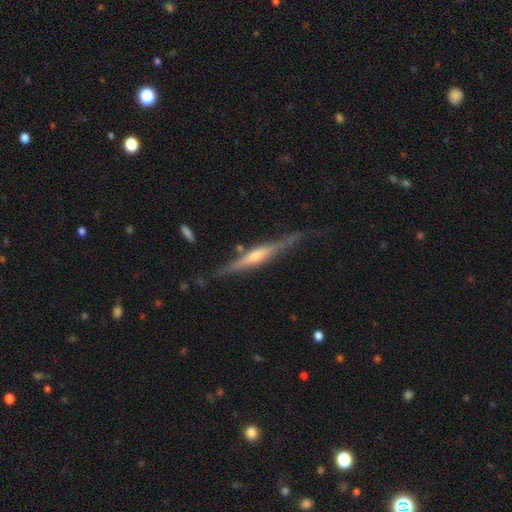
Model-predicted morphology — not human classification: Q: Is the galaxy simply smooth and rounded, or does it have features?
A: featured or disk — 76%.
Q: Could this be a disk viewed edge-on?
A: yes — 97%.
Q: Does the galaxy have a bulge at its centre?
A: rounded — 75%.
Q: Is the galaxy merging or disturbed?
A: none — 76%.